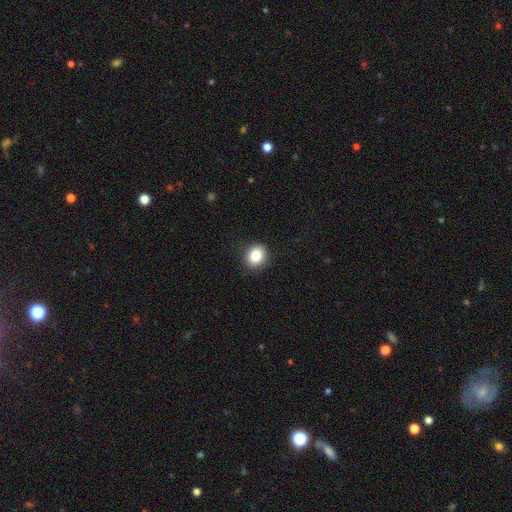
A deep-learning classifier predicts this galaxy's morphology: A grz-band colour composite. It shows a smooth galaxy with no disk features (85%) that is round (70%). Merging: none (89%).